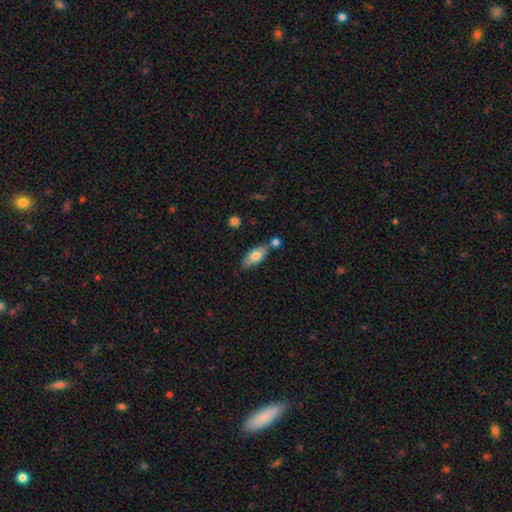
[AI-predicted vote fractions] A smooth galaxy with no disk features (72%) that is in between round and cigar-shaped (78%). Merging: none (61%).